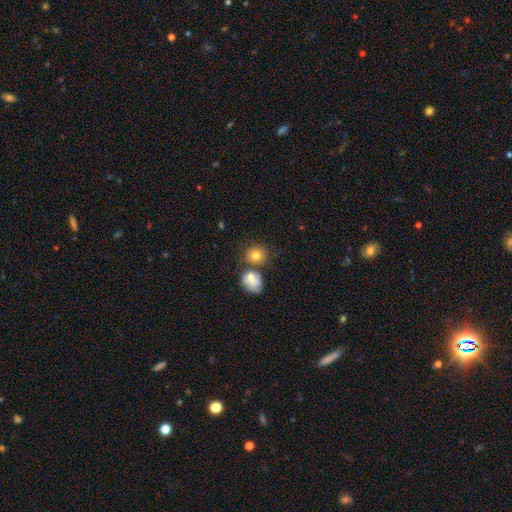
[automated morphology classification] type=smooth (79%); roundness=round (74%); merging=none (56%).